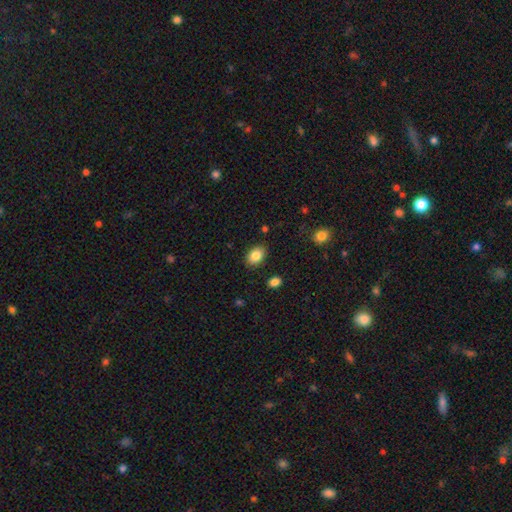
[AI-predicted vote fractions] Smooth or featured?
  - smooth: 84% *
  - star or artifact: 8%
  - featured or disk: 7%
How rounded?
  - in between: 79% *
  - round: 20%
  - cigar-shaped: 1%
Merging?
  - none: 86% *
  - minor disturbance: 10%
  - major disturbance: 2%
  - merger: 2%